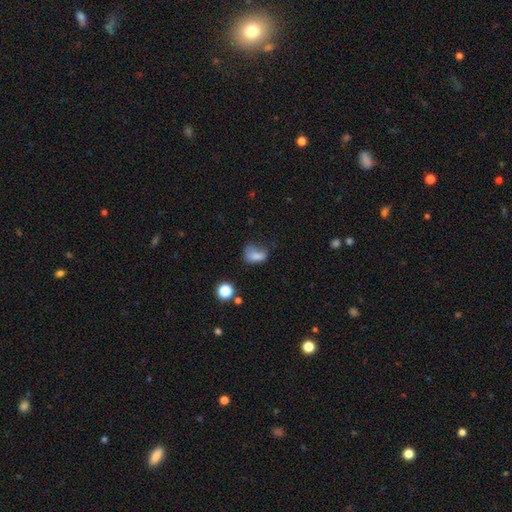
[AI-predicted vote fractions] Overall: smooth (74%). How rounded: in between (78%). Merging: minor disturbance (33%; none 32%).